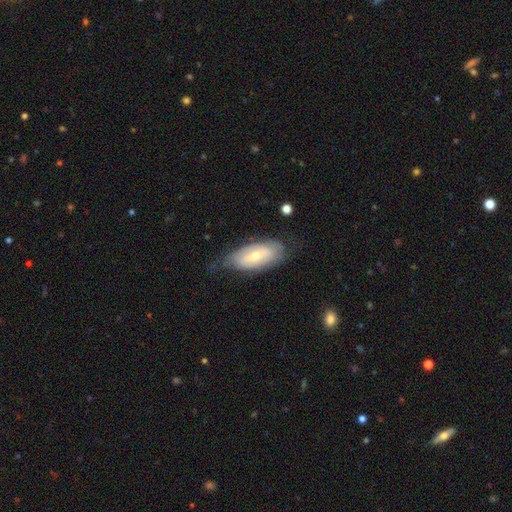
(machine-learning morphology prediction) smooth-or-featured: featured or disk: 50% | smooth: 43% | star or artifact: 6%
  disk-edge-on: no: 86% | yes: 14%
  merging: none: 62% | minor disturbance: 27% | major disturbance: 9% | merger: 2%